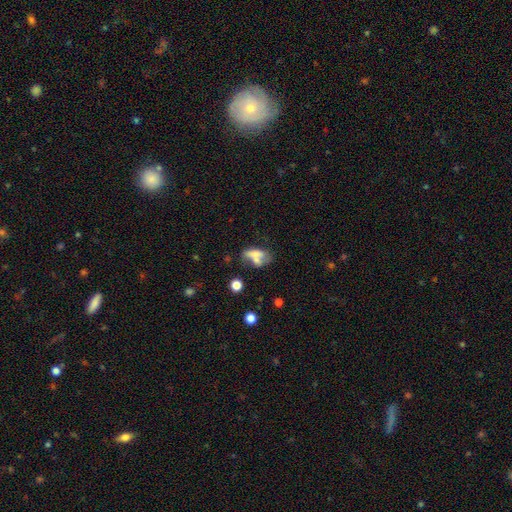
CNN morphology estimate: The model was most divided on "merging": merger: 39%, none: 27%, major disturbance: 17%, minor disturbance: 17%. More confident: how rounded — in between (77%); smooth or featured — smooth (58%).